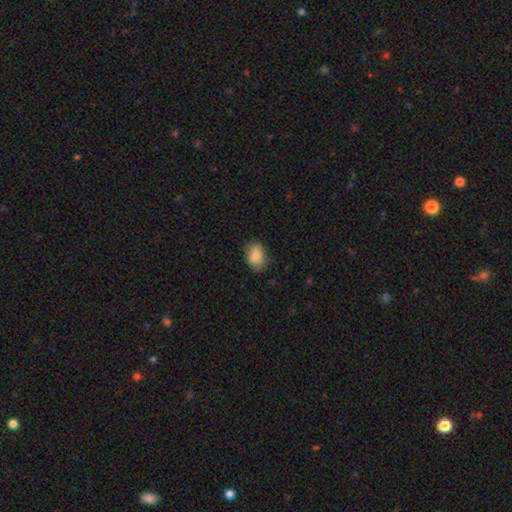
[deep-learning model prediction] smooth 84%, featured or disk 9%, star or artifact 7%. Down the decision tree: how rounded — in between (76%); merging — none (71%).